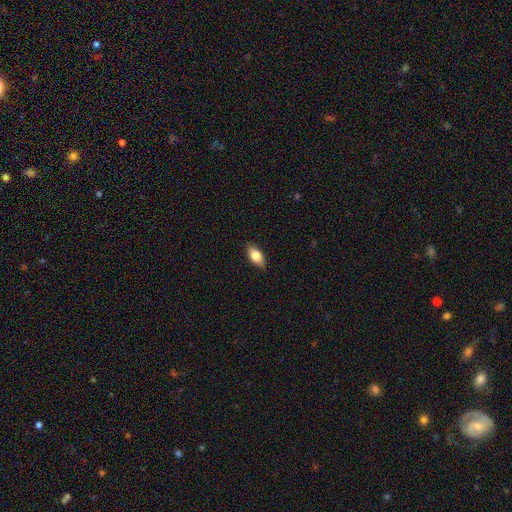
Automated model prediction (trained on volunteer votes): smooth_or_featured: smooth (p=0.73) [alt: featured or disk p=0.20]
how_rounded: in between (p=0.86) [alt: cigar-shaped p=0.09]
merging: none (p=0.87) [alt: minor disturbance p=0.10]